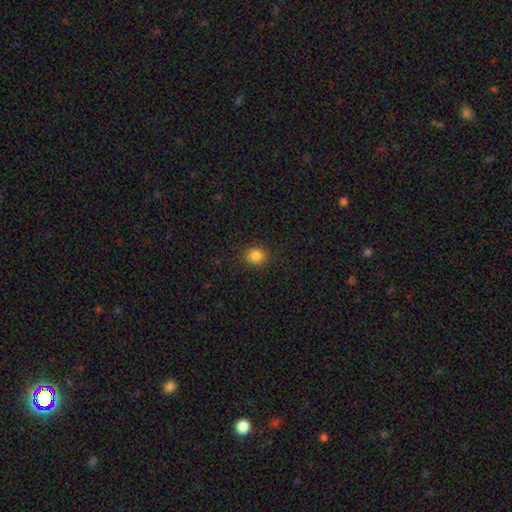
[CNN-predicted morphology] A smooth galaxy with no disk features (85%) that is round (85%). Merging: none (89%).